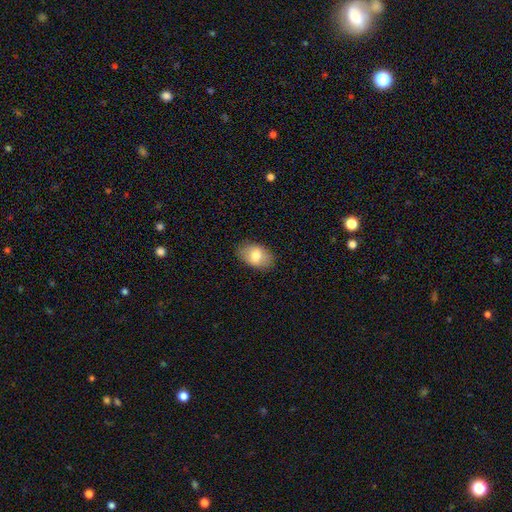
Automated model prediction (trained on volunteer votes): smooth 76%, featured or disk 17%, star or artifact 7%. Down the decision tree: how rounded — in between (88%); merging — none (84%).